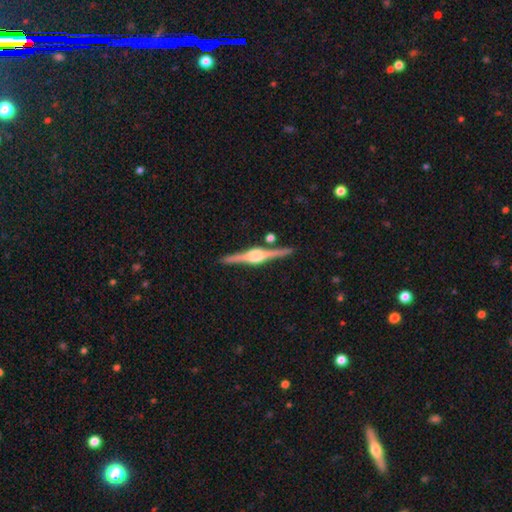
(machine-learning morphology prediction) featured or disk 89%, smooth 6%, star or artifact 5%. Down the decision tree: edge-on disk — yes (98%); edge-on bulge — rounded (89%); merging — none (89%).